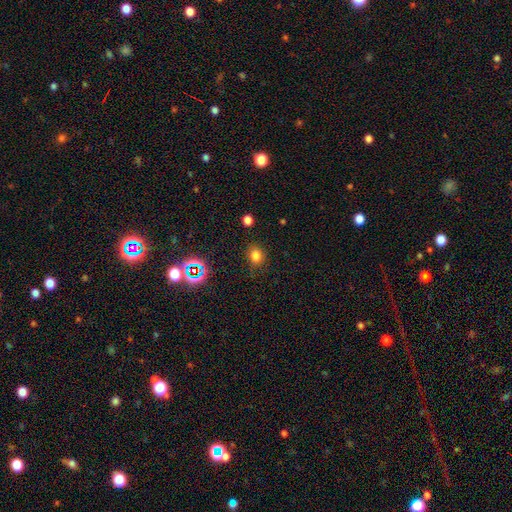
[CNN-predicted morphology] type=smooth (75%); roundness=round (66%); merging=none (81%).